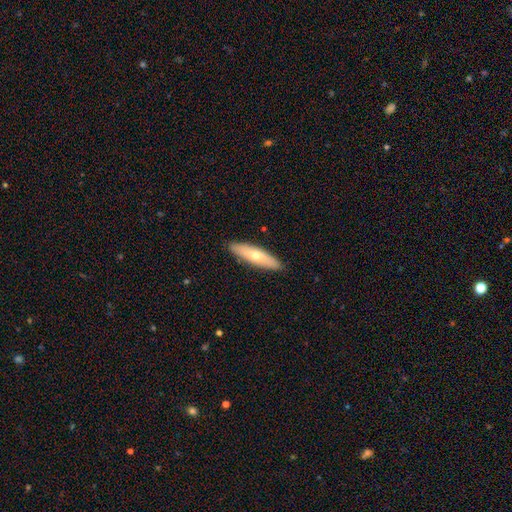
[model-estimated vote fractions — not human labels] The model was most divided on "smooth or featured": smooth: 60%, featured or disk: 34%, star or artifact: 6%. More confident: merging — none (89%); how rounded — cigar-shaped (66%).